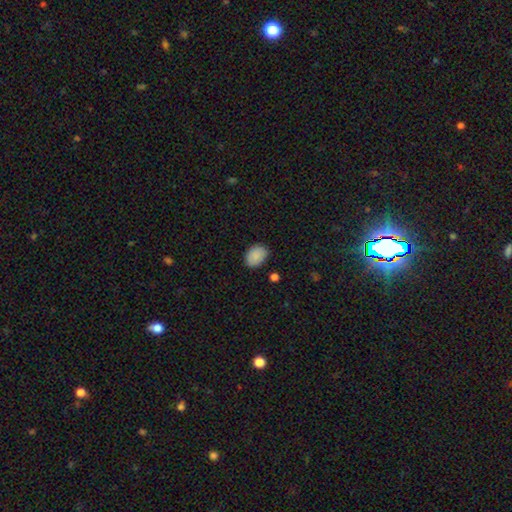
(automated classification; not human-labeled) Smooth or featured?
  - smooth: 89% *
  - star or artifact: 7%
  - featured or disk: 4%
How rounded?
  - in between: 76% *
  - round: 23%
  - cigar-shaped: 1%
Merging?
  - none: 82% *
  - minor disturbance: 14%
  - major disturbance: 3%
  - merger: 2%